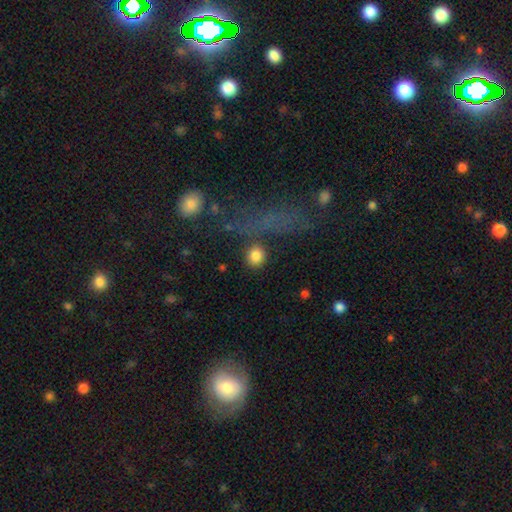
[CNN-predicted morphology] This is clearly a smooth galaxy (84%). How rounded: clearly round (83%). Merging: clearly none (81%).